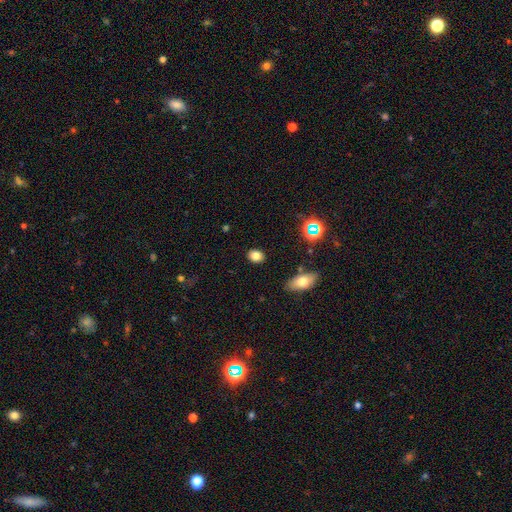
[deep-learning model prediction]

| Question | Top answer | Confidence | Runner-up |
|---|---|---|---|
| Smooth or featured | smooth | 81% | star or artifact (12%) |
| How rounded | in between | 55% | round (44%) |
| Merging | none | 88% | minor disturbance (8%) |